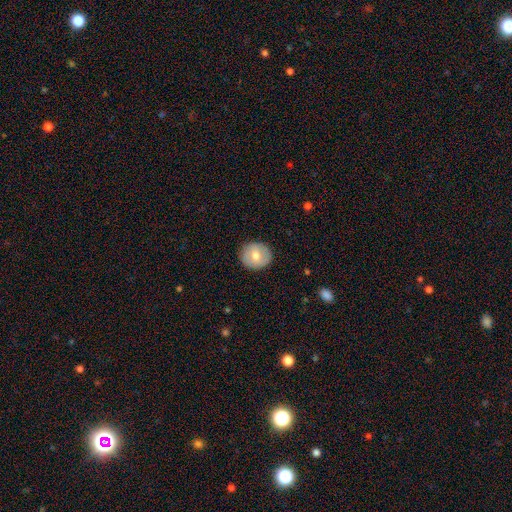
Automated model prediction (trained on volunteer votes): A smooth galaxy with no disk features (66%) that is round (82%). Merging: none (89%).